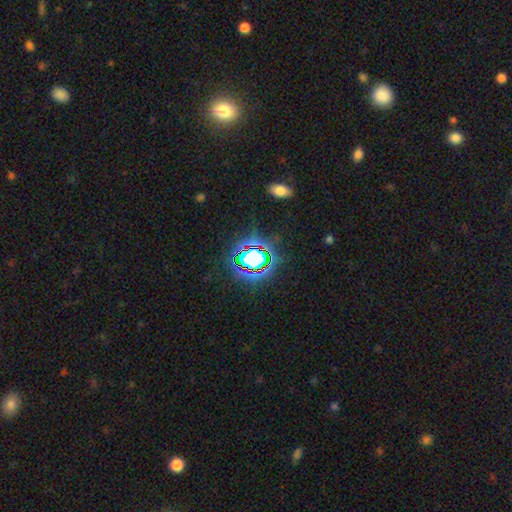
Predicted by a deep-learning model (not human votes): A star or artifact, not a galaxy (69%).

Vote fractions:
- Smooth or featured? star or artifact: 69% / smooth: 19% / featured or disk: 12%